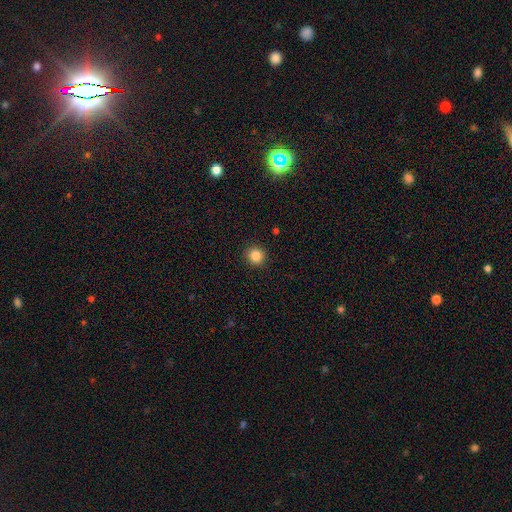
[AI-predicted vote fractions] Overall: smooth (85%). How rounded: round (94%). Merging: none (92%).